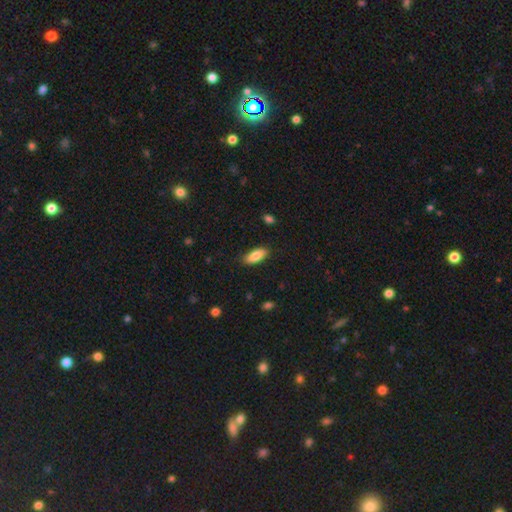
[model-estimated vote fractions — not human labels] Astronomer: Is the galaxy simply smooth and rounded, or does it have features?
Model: smooth — 85%.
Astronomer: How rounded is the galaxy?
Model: in between — 78%.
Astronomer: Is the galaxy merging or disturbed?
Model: none — 85%.